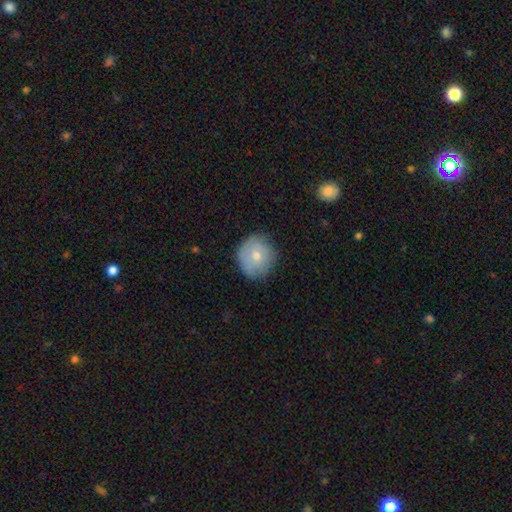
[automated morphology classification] A smooth galaxy with no disk features (71%) that is round (87%). Merging: none (76%).